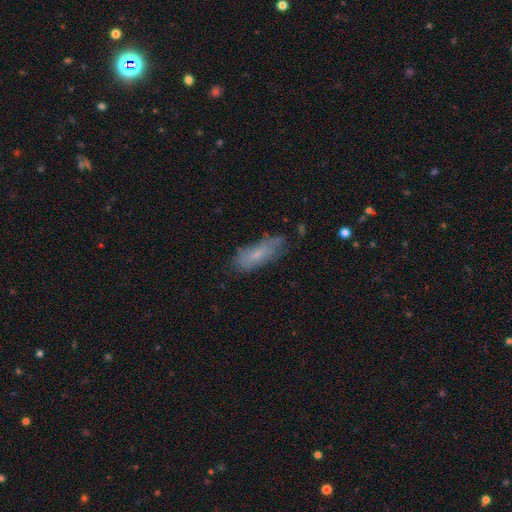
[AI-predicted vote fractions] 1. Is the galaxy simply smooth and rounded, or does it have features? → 65% smooth, 27% featured or disk, 8% star or artifact.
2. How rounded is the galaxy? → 65% in between, 33% cigar-shaped, 2% round.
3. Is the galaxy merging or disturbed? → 63% none, 27% minor disturbance, 7% major disturbance, 2% merger.